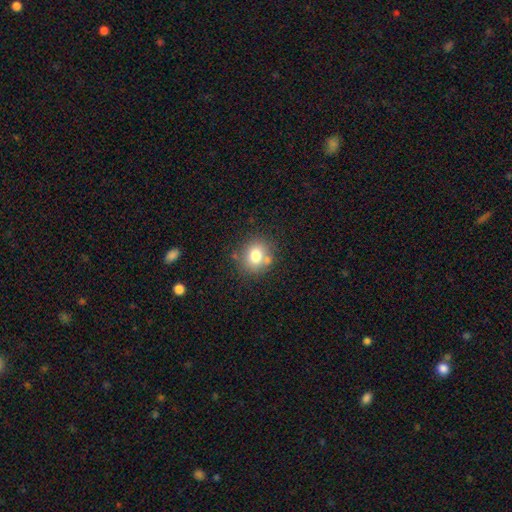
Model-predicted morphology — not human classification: smooth 76%, featured or disk 12%, star or artifact 12%. Down the decision tree: how rounded — round (73%); merging — none (72%).